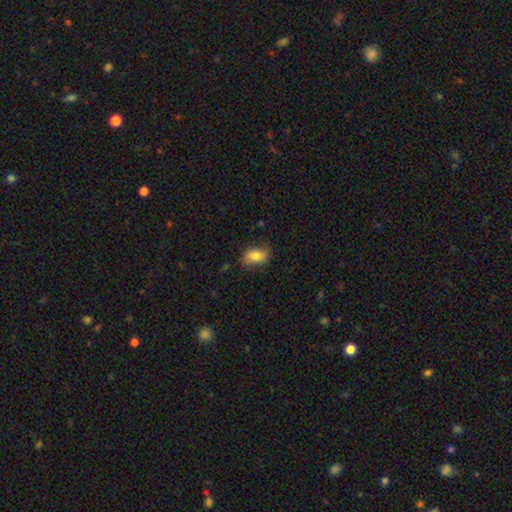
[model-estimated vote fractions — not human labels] A smooth galaxy with no disk features (80%) that is in between round and cigar-shaped (88%). Merging: none (74%).